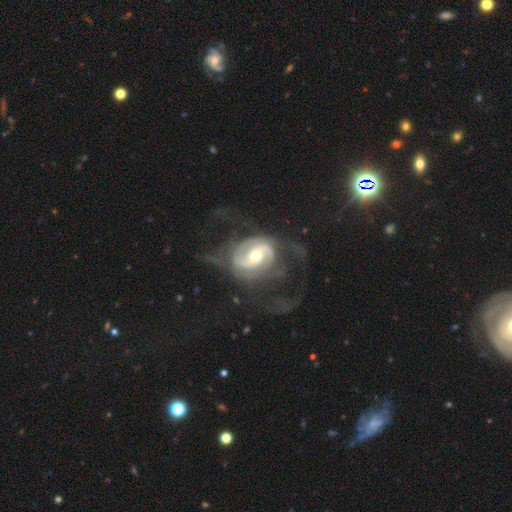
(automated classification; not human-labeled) The model was most divided on "spiral winding": medium: 41%, loose: 38%, tight: 21%. Remaining: edge-on disk — no (96%); spiral arms — yes (86%); smooth or featured — featured or disk (83%); spiral arm count — 2 (74%); bulge size — moderate (59%); merging — none (46%); bar — weak (36%).